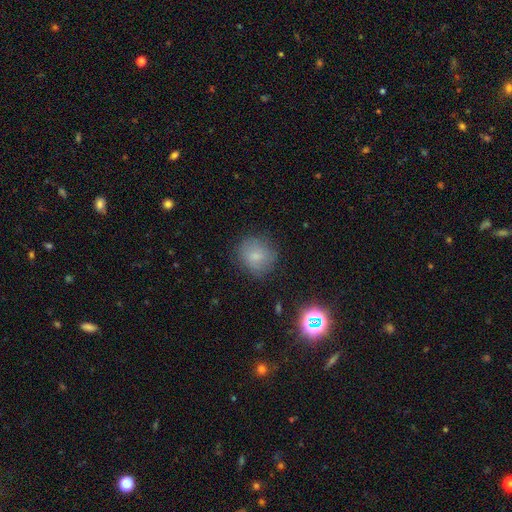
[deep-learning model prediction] This is likely a smooth galaxy (77%). How rounded: clearly round (85%). Merging: likely none (78%).